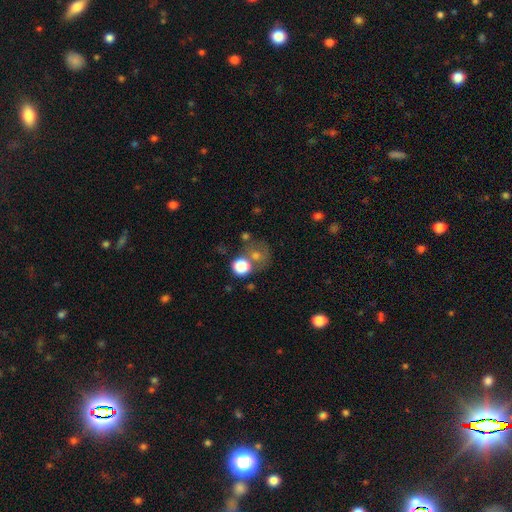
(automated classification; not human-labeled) Overall: smooth (70%). How rounded: round (76%). Merging: none (42%; merger 31%).